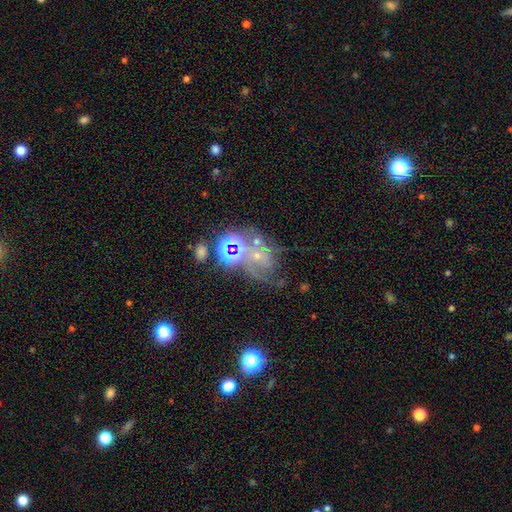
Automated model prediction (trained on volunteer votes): Q: Smooth or featured?
A: star or artifact (41%); runner-up: featured or disk (40%)